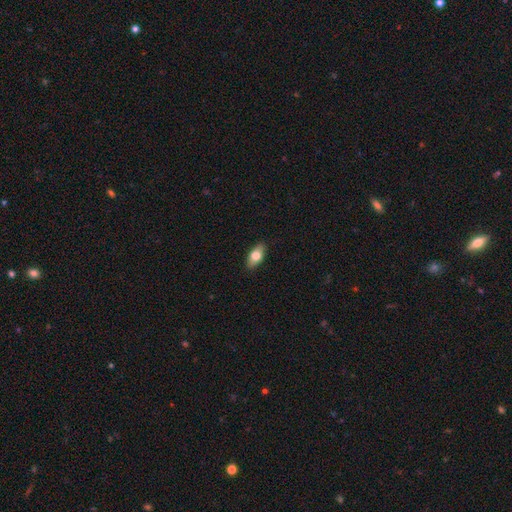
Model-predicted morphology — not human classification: A smooth galaxy with no disk features (75%) that is in between round and cigar-shaped (88%).

Vote fractions:
- Smooth or featured? smooth: 75% / featured or disk: 19% / star or artifact: 7%
- How rounded? in between: 88% / cigar-shaped: 8% / round: 4%
- Merging? none: 89% / minor disturbance: 8% / major disturbance: 2% / merger: 1%